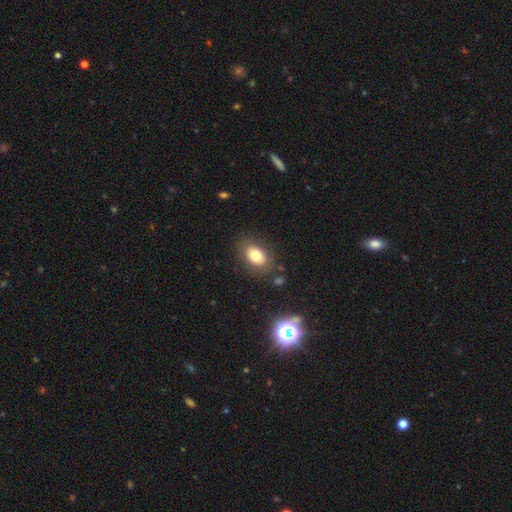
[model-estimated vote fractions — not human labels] Smooth or featured: smooth — 76% (featured or disk — 13%)
How rounded: in between — 81% (round — 17%)
Merging: none — 82% (minor disturbance — 12%)